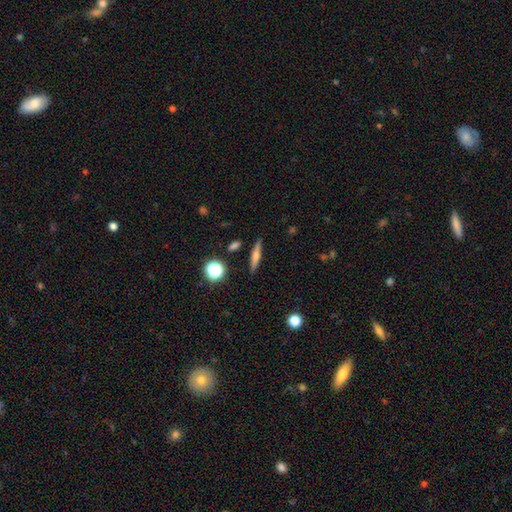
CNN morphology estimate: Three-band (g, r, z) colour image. It shows a smooth galaxy with no disk features (46%). Merging: none (87%).